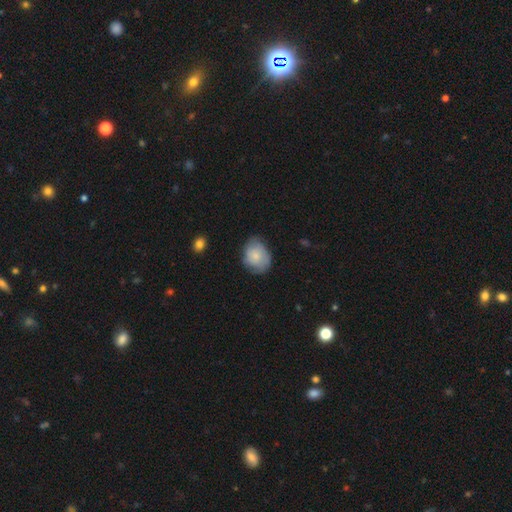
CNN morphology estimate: Smooth or featured: smooth — 68% (featured or disk — 25%)
How rounded: in between — 56% (round — 43%)
Merging: none — 63% (minor disturbance — 28%)